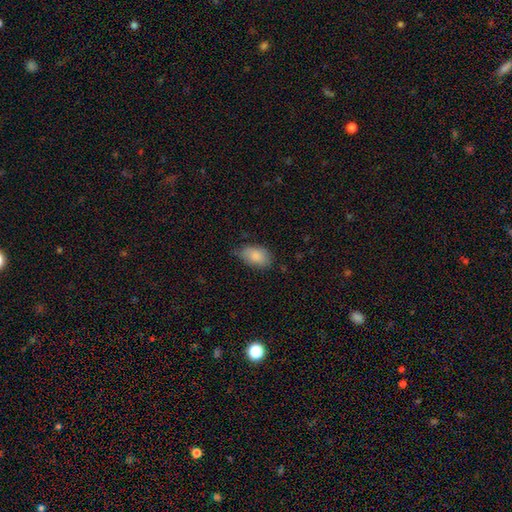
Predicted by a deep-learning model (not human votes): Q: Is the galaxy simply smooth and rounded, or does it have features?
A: smooth — 86%.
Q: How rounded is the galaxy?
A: in between — 91%.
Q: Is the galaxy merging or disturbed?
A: none — 56%.